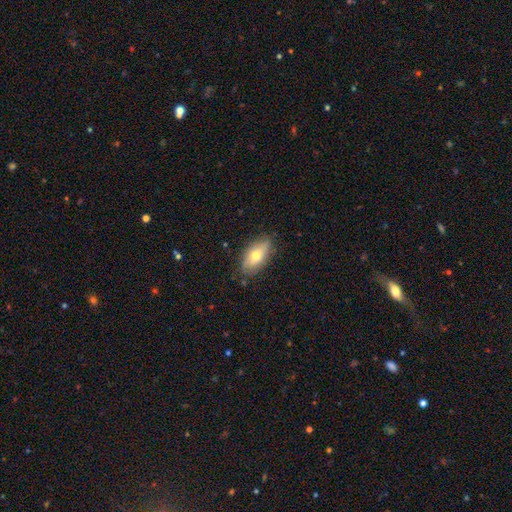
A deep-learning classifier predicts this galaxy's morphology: A smooth galaxy with no disk features (63%) that is in between round and cigar-shaped (85%). Merging: none (81%).